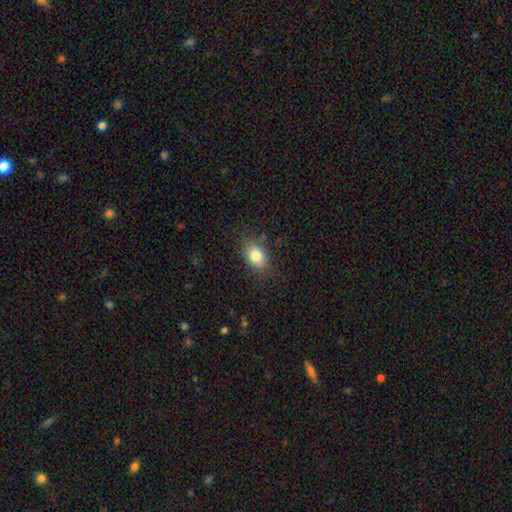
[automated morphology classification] A smooth galaxy with no disk features (82%) that is in between round and cigar-shaped (80%). Merging: none (80%).